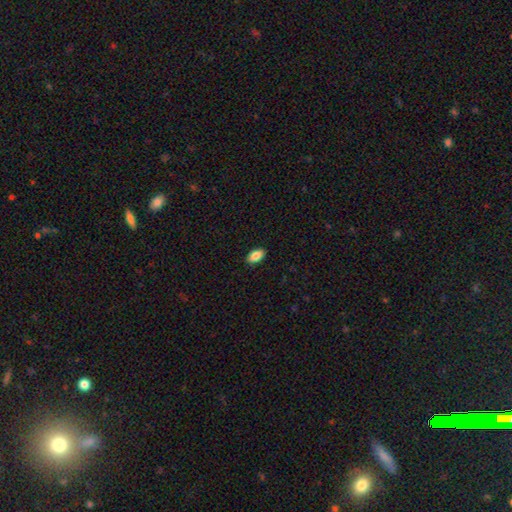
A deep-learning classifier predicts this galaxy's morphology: This appears to be a smooth galaxy with no disk features (87%) that is in between round and cigar-shaped (93%). Merging: none (90%).